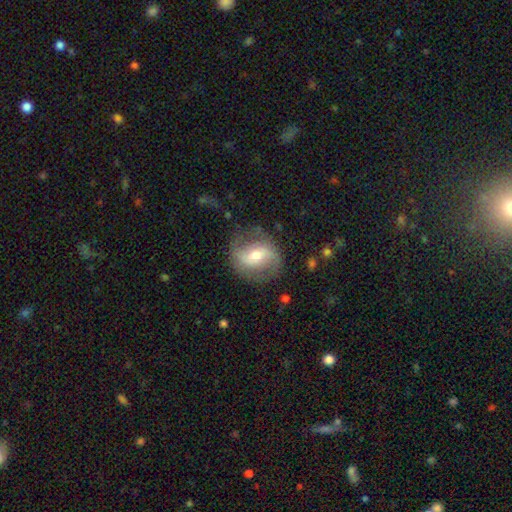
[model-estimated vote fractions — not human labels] Overall: featured or disk (72%). Edge-on disk: no (95%). Bar: weak (39%; strong 38%). Spiral arms: yes (80%). Spiral arm count: 2 (86%). Spiral winding: loose (47%; medium 38%). Bulge size: moderate (60%; small 33%). Merging: none (75%).